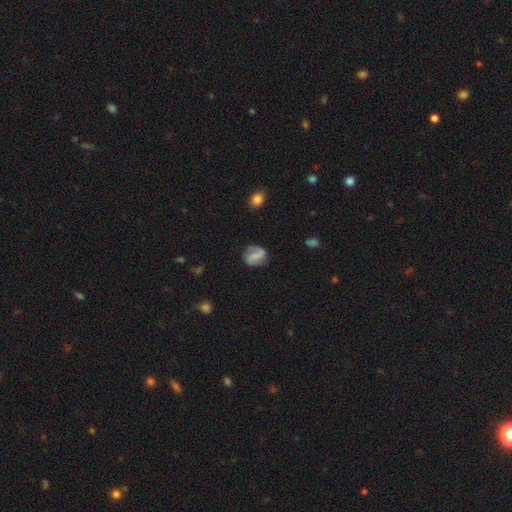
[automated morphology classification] Smooth or featured: featured or disk — 67% (smooth — 26%)
Edge-on disk: no — 97% (yes — 3%)
Bar: weak — 41% (strong — 37%)
Spiral arms: yes — 90% (no — 10%)
Spiral winding: medium — 42% (loose — 36%)
Spiral arm count: 2 — 86% (can't tell — 6%)
Bulge size: none — 47% (small — 33%)
Merging: none — 75% (minor disturbance — 16%)